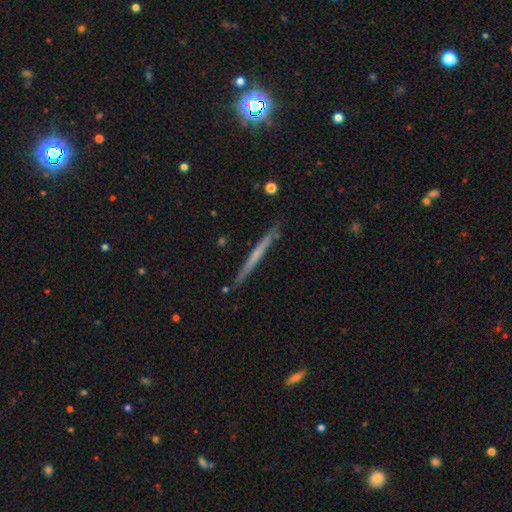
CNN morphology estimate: The model was most divided on "smooth or featured": featured or disk: 48%, smooth: 46%, star or artifact: 5%. More confident: merging — none (88%).